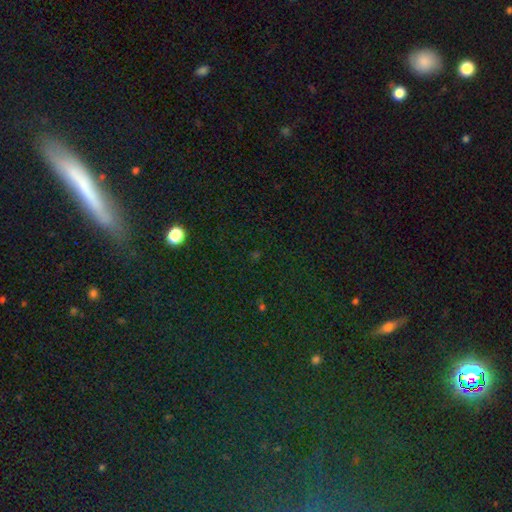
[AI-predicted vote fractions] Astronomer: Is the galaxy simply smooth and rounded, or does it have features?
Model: star or artifact — 58%.